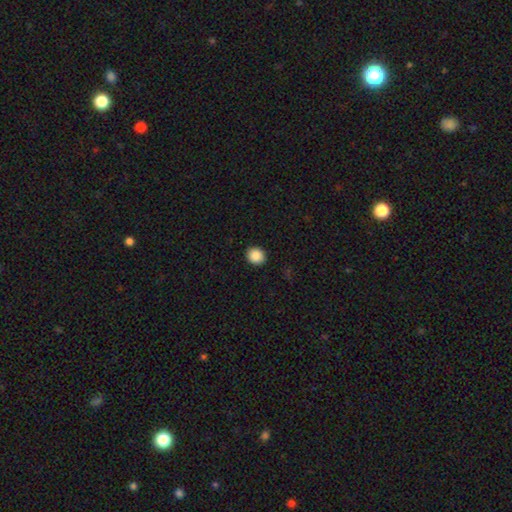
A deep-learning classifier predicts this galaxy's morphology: This appears to be a smooth galaxy with no disk features (88%) that is round (83%). Merging: none (92%).